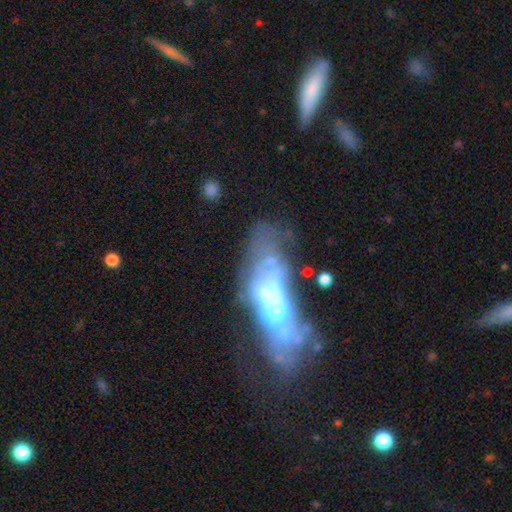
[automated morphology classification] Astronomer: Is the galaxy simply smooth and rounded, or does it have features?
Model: featured or disk — 65%.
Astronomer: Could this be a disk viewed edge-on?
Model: no — 84%.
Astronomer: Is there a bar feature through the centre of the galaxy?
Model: no — 74%.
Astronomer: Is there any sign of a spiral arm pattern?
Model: no — 79%.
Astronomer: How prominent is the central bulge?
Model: moderate — 34% (runner-up: none, 24%).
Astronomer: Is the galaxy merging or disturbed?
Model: major disturbance — 34% (runner-up: none, 26%).